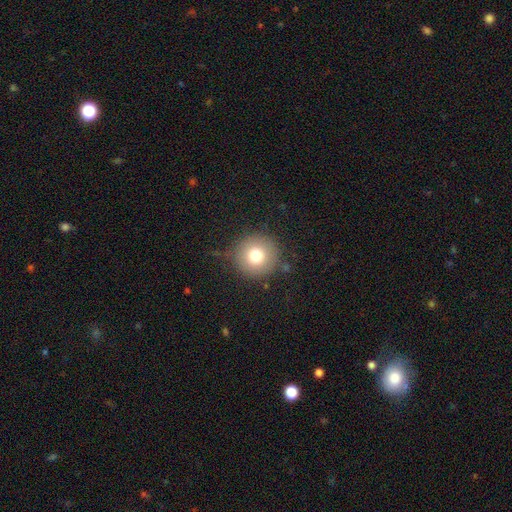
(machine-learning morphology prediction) This is likely a smooth galaxy (76%). How rounded: clearly round (96%). Merging: clearly none (85%).